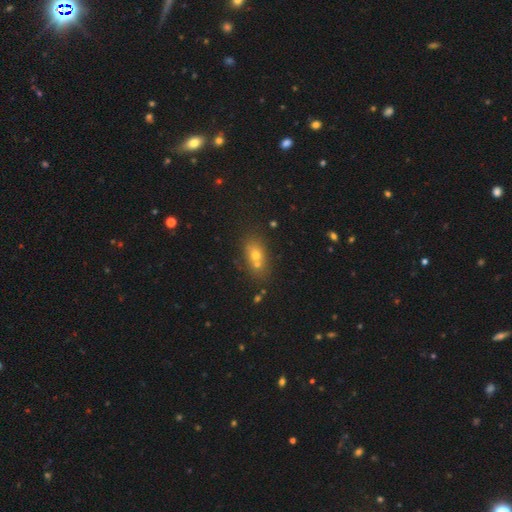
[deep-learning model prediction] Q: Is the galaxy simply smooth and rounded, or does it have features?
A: smooth — 61%.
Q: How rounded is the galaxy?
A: in between — 58%.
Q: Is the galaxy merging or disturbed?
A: none — 46%.